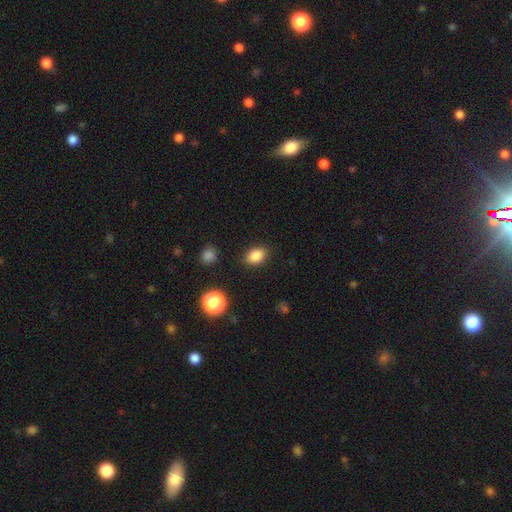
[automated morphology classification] Smooth or featured? Predicted: smooth (p=0.85). How rounded? Predicted: in between (p=0.78). Merging? Predicted: none (p=0.85).